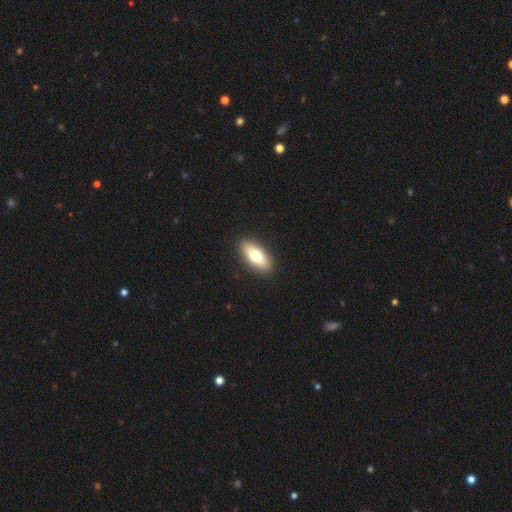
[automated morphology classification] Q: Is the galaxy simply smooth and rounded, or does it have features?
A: smooth — 70%.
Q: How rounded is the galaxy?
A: in between — 82%.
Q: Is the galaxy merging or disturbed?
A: none — 91%.